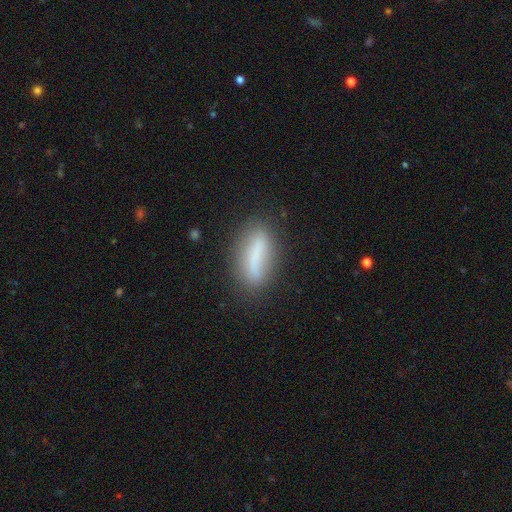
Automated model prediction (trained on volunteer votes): smooth 62%, featured or disk 28%, star or artifact 10%. Down the decision tree: how rounded — cigar-shaped (53%); merging — none (73%).